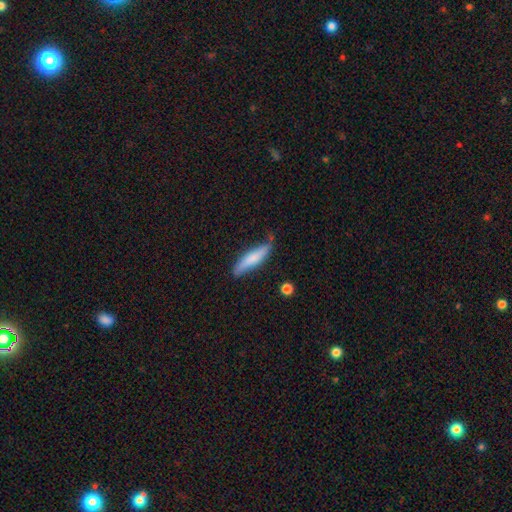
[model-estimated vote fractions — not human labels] A smooth galaxy with no disk features (73%) that is cigar-shaped (80%). Merging: none (68%).